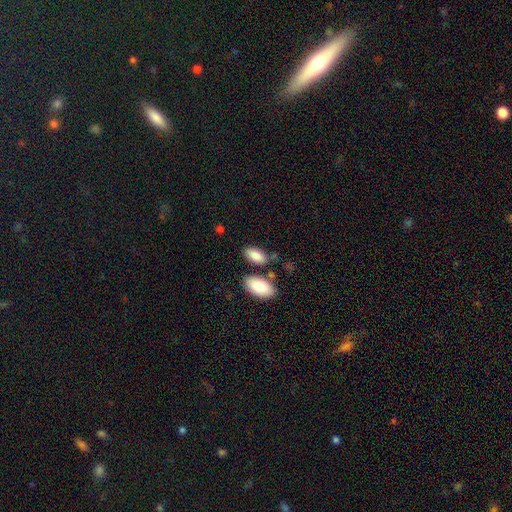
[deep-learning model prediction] smooth 87%, featured or disk 7%, star or artifact 6%. Down the decision tree: how rounded — in between (92%); merging — none (69%).